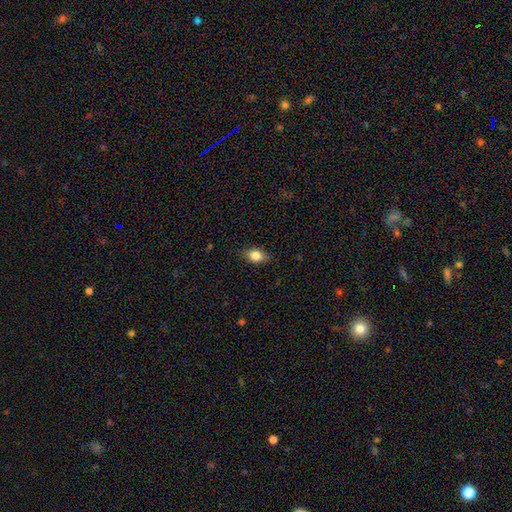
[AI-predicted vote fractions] This appears to be a smooth galaxy with no disk features (81%) that is in between round and cigar-shaped (77%). Merging: none (83%).